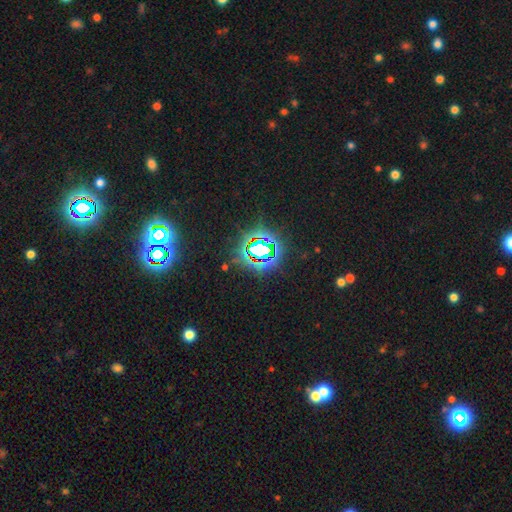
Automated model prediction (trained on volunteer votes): Smooth or featured? Predicted: star or artifact (p=0.80).